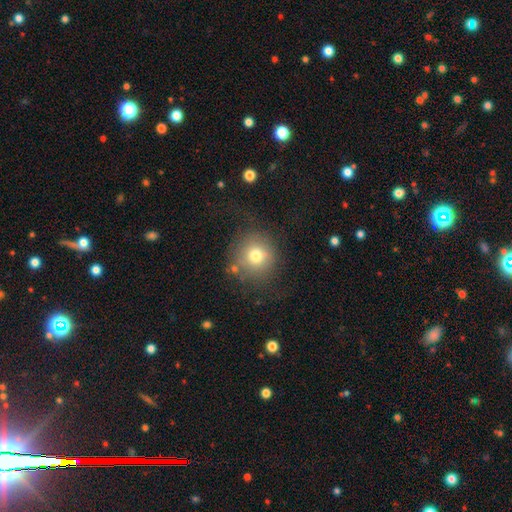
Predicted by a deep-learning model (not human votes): smooth 74%, featured or disk 14%, star or artifact 13%. Down the decision tree: how rounded — round (91%); merging — none (73%).